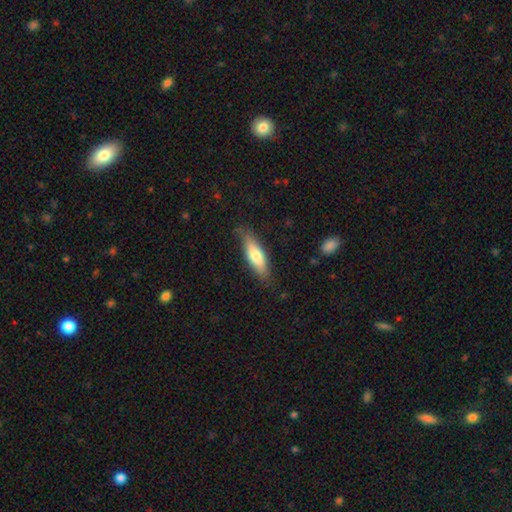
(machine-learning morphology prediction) A smooth galaxy with no disk features (70%) that is in between round and cigar-shaped (50%).

Vote fractions:
- Smooth or featured? smooth: 70% / featured or disk: 25% / star or artifact: 5%
- How rounded? in between: 50% / cigar-shaped: 48% / round: 2%
- Merging? none: 72% / minor disturbance: 22% / major disturbance: 5% / merger: 2%